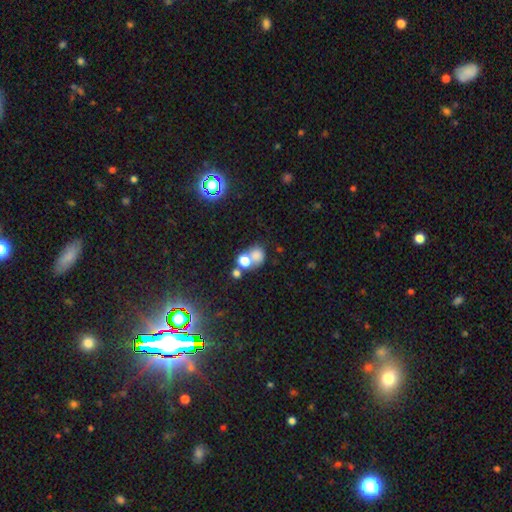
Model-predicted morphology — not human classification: Q: Smooth or featured?
A: smooth (69%); runner-up: star or artifact (19%)
Q: How rounded?
A: round (68%); runner-up: in between (31%)
Q: Merging?
A: merger (45%); runner-up: none (37%)